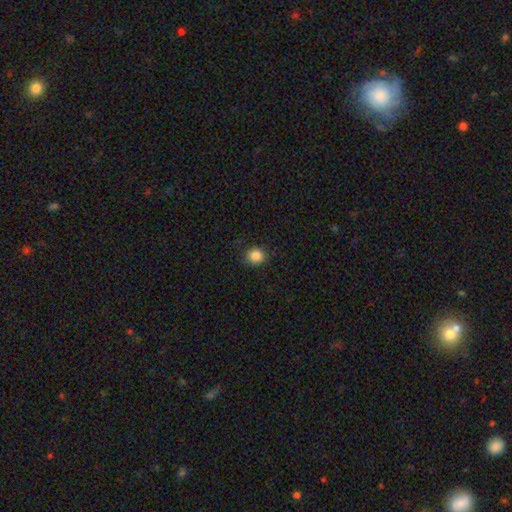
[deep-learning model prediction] This appears to be a smooth galaxy with no disk features (86%) that is round (88%). Merging: none (87%).